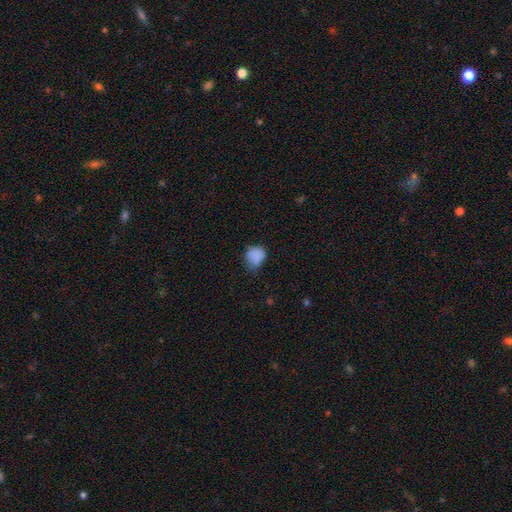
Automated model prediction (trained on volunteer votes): Smooth or featured? Predicted: smooth (p=0.82). How rounded? Predicted: round (p=0.57). Merging? Predicted: none (p=0.47).